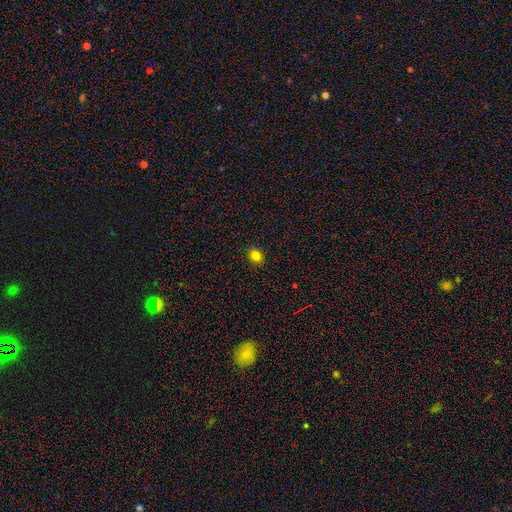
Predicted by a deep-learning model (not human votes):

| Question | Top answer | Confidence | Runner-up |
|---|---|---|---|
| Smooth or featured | smooth | 80% | star or artifact (13%) |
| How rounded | round | 57% | in between (42%) |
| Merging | none | 90% | minor disturbance (8%) |